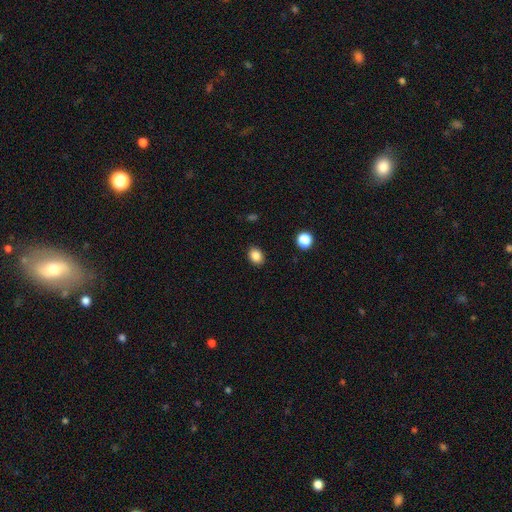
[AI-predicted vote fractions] This appears to be a smooth galaxy with no disk features (86%) that is in between round and cigar-shaped (58%). Merging: none (88%).